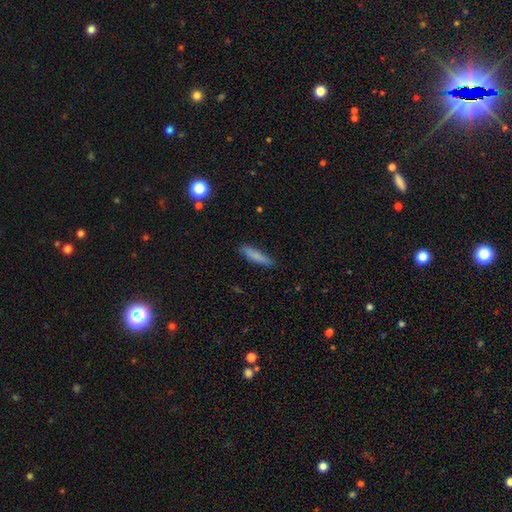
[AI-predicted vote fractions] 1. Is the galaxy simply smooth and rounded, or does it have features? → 80% smooth, 12% featured or disk, 7% star or artifact.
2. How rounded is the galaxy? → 81% cigar-shaped, 18% in between, 2% round.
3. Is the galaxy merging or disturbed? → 83% none, 13% minor disturbance, 3% major disturbance, 1% merger.